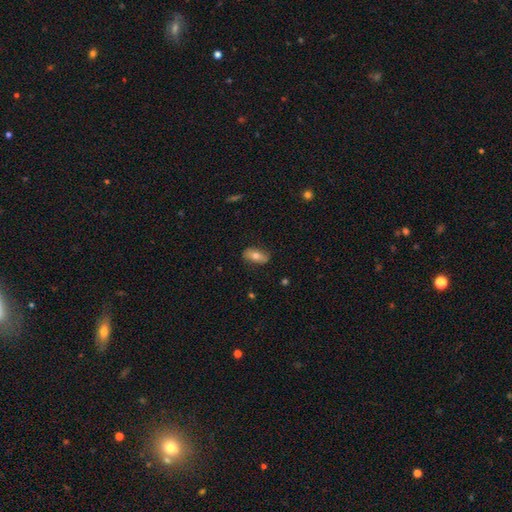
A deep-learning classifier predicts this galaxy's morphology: This is likely a smooth galaxy (66%). How rounded: clearly in between (85%). Merging: clearly none (81%).